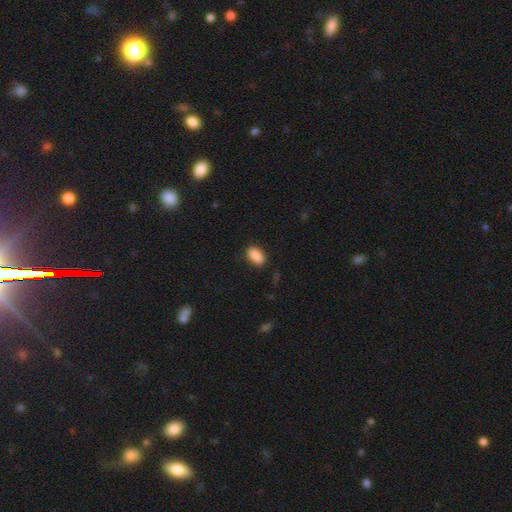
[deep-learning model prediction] A smooth galaxy with no disk features (89%) that is in between round and cigar-shaped (90%).

Vote fractions:
- Smooth or featured? smooth: 89% / star or artifact: 7% / featured or disk: 4%
- How rounded? in between: 90% / cigar-shaped: 6% / round: 4%
- Merging? none: 87% / minor disturbance: 10% / major disturbance: 2% / merger: 1%